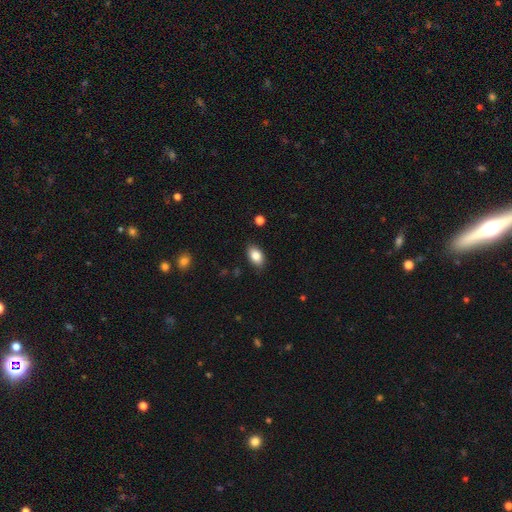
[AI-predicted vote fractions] Smooth or featured? smooth (85%)
How rounded? in between (90%)
Merging? none (85%)